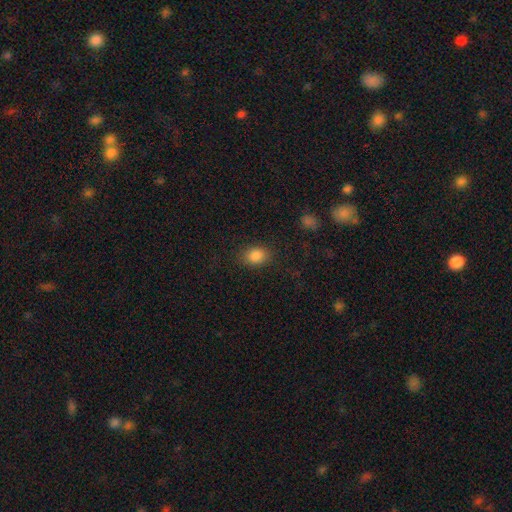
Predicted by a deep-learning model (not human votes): A smooth galaxy with no disk features (85%) that is in between round and cigar-shaped (69%).

Vote fractions:
- Smooth or featured? smooth: 85% / star or artifact: 10% / featured or disk: 5%
- How rounded? in between: 69% / round: 30% / cigar-shaped: 1%
- Merging? none: 83% / minor disturbance: 11% / major disturbance: 4% / merger: 1%